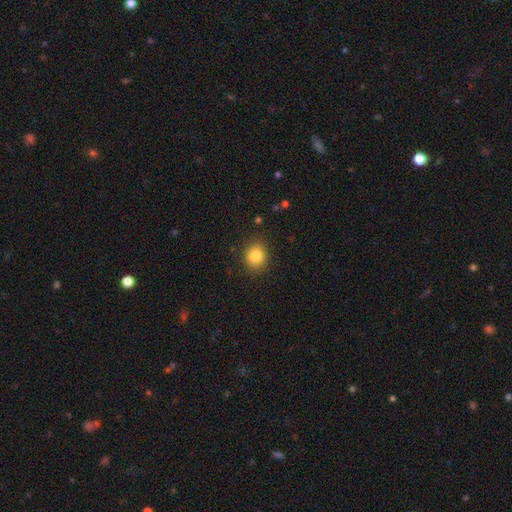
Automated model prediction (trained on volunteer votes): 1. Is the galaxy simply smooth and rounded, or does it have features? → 82% smooth, 11% star or artifact, 7% featured or disk.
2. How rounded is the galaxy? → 78% round, 22% in between, 1% cigar-shaped.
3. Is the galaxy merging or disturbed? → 87% none, 9% minor disturbance, 3% major disturbance, 1% merger.